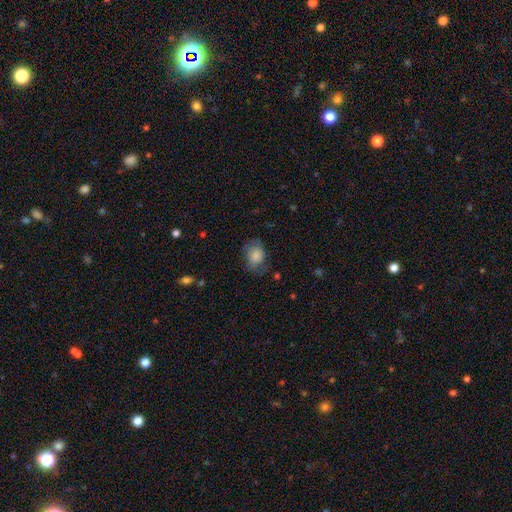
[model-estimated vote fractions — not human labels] This appears to be a smooth galaxy with no disk features (82%) that is in between round and cigar-shaped (58%). Merging: none (64%).